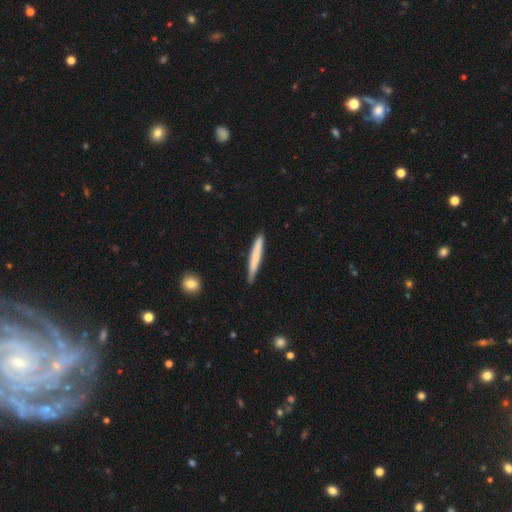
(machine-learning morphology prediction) Overall: smooth (69%). How rounded: cigar-shaped (96%). Merging: none (85%).